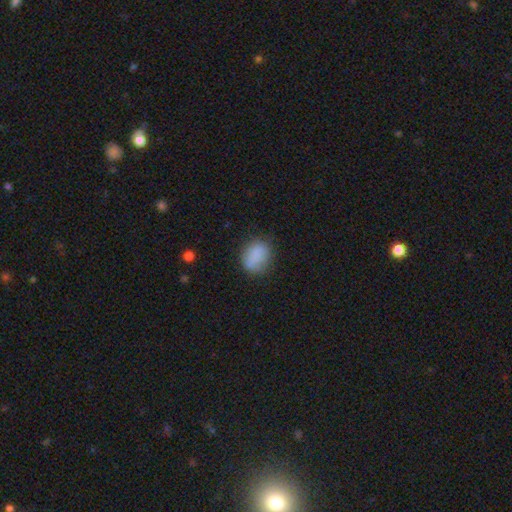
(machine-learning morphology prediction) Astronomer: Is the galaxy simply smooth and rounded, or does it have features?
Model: smooth — 83%.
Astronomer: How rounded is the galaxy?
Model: round — 51% (runner-up: in between, 48%).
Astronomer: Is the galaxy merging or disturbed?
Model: none — 70%.